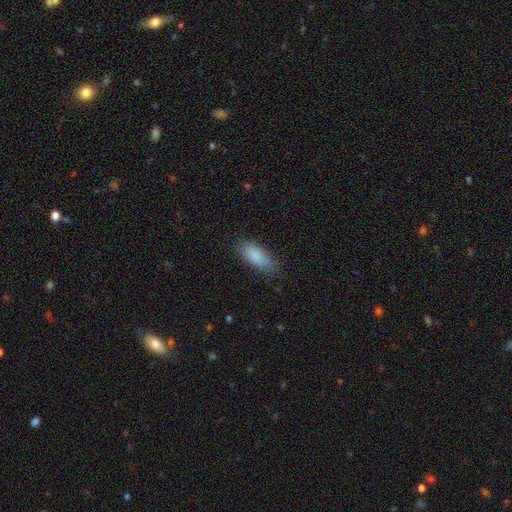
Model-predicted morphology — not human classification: Overall: smooth (87%). How rounded: in between (77%). Merging: none (80%).